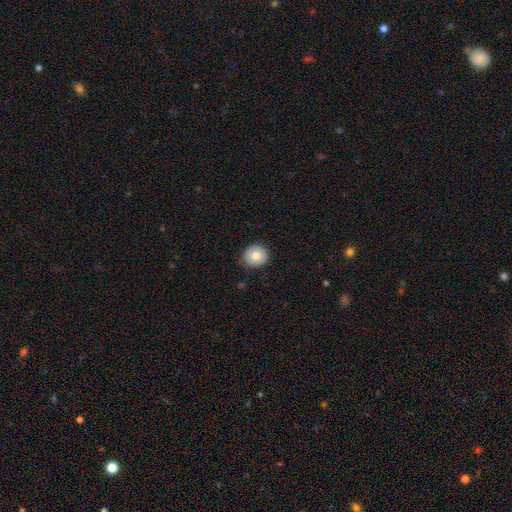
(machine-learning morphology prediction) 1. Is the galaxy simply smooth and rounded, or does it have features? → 75% smooth, 17% featured or disk, 8% star or artifact.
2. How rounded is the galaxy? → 83% round, 16% in between, 1% cigar-shaped.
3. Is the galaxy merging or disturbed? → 85% none, 12% minor disturbance, 2% major disturbance, 1% merger.